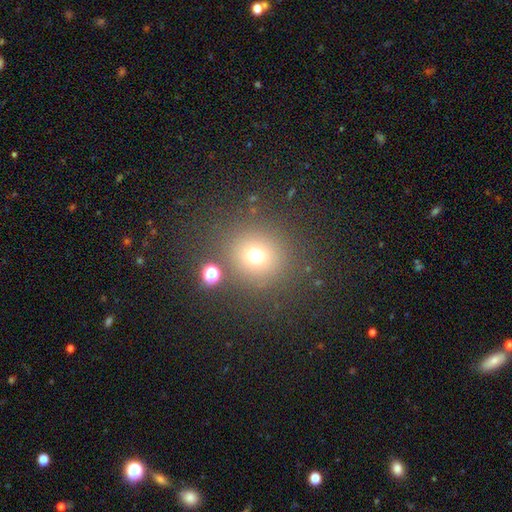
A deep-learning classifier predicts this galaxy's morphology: Overall: smooth (70%). How rounded: round (89%). Merging: none (82%).